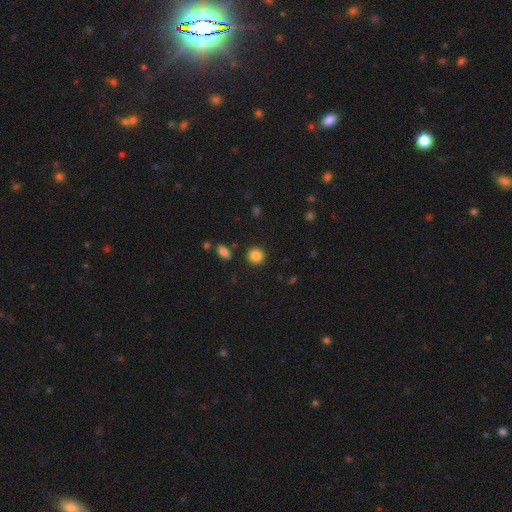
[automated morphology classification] This appears to be a smooth galaxy with no disk features (86%) that is round (92%). Merging: none (90%).